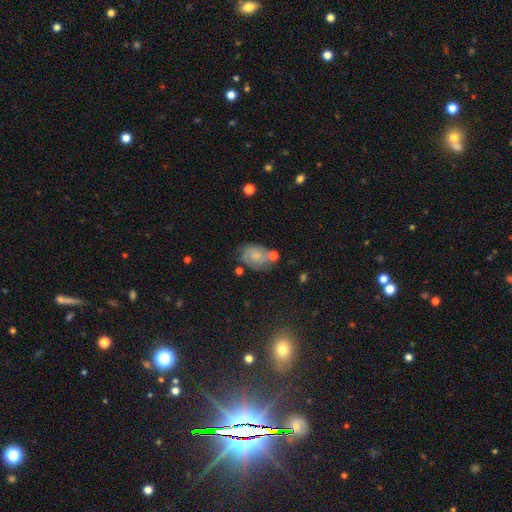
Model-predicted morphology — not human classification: The model was most divided on "bulge size": none: 39%, small: 32%, moderate: 20%, large: 6%, dominant: 2%. More confident: edge-on disk — no (97%); spiral arms — yes (86%); bar — no (70%); smooth or featured — featured or disk (58%); merging — none (57%).